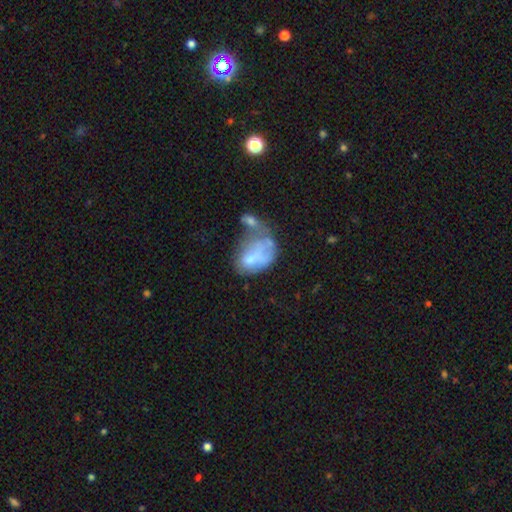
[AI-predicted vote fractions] smooth-or-featured: smooth: 52% | featured or disk: 38% | star or artifact: 10%
  how-rounded: in between: 78% | round: 21% | cigar-shaped: 1%
  merging: merger: 35% | major disturbance: 31% | minor disturbance: 17% | none: 17%